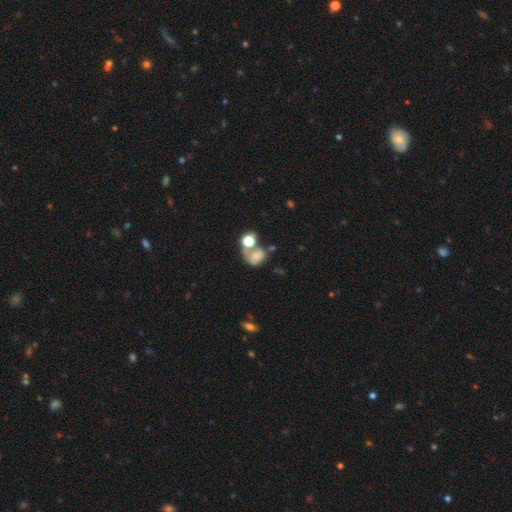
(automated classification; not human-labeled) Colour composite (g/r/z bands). It shows a smooth galaxy with no disk features (65%) that is in between round and cigar-shaped (54%). Merging: merger (42%).